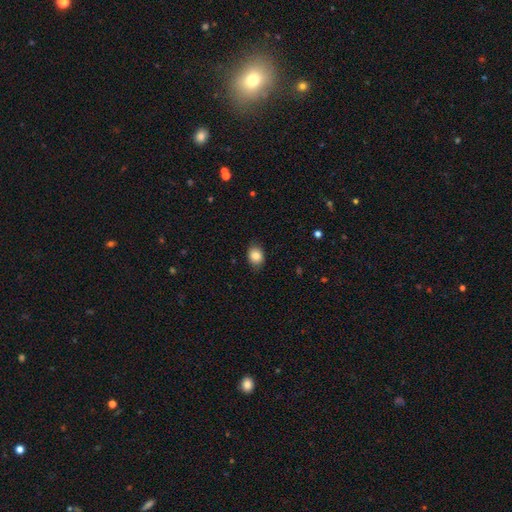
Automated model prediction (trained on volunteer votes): This appears to be a smooth galaxy with no disk features (85%) that is in between round and cigar-shaped (59%). Merging: none (84%).